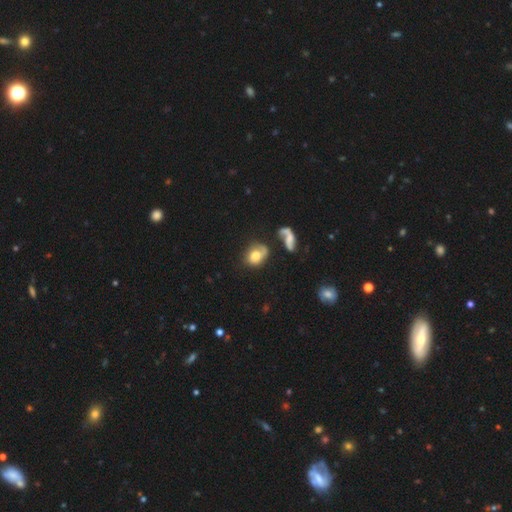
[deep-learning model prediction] Q: Smooth or featured?
A: smooth (66%); runner-up: featured or disk (25%)
Q: How rounded?
A: in between (51%); runner-up: round (48%)
Q: Merging?
A: none (37%); runner-up: major disturbance (21%)